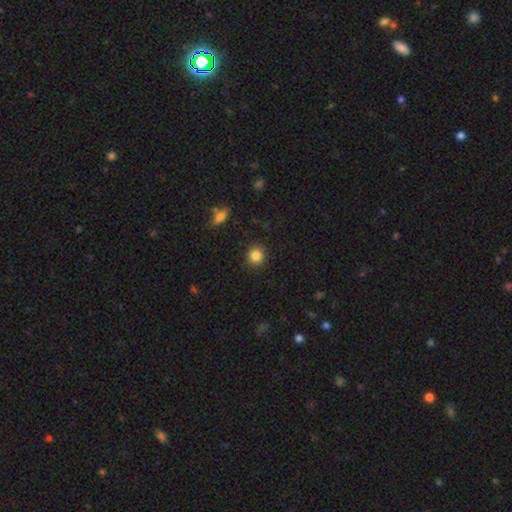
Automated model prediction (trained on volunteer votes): A smooth galaxy with no disk features (85%) that is round (87%). Merging: none (91%).